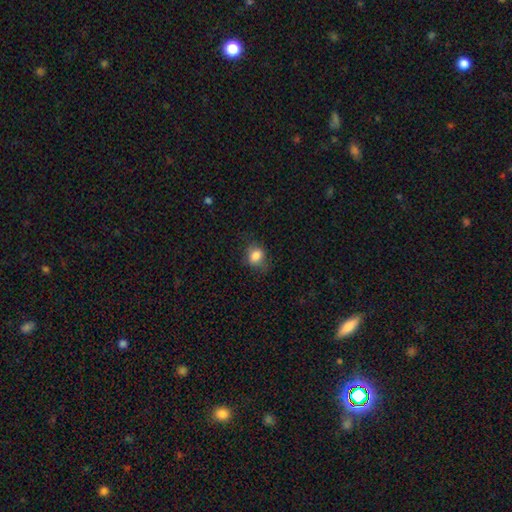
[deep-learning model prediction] Smooth or featured?
  - smooth: 82% *
  - star or artifact: 10%
  - featured or disk: 8%
How rounded?
  - in between: 53% *
  - round: 46%
  - cigar-shaped: 1%
Merging?
  - none: 69% *
  - minor disturbance: 22%
  - major disturbance: 8%
  - merger: 1%